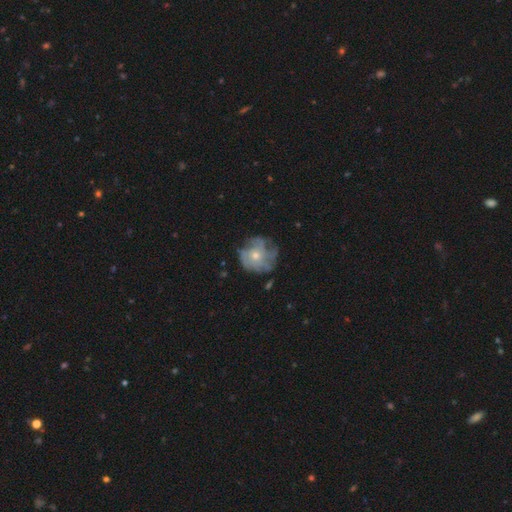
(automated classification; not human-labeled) This appears to be a featured or disk galaxy (65%) with no bar (87%), spiral arms (65%) and a small central bulge (53%). Merging: none (60%).